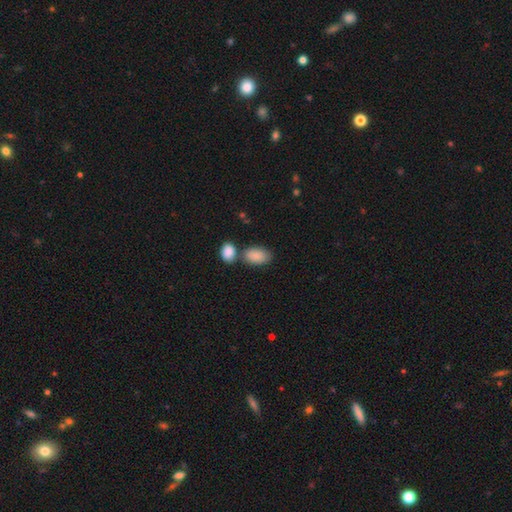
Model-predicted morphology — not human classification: A smooth galaxy with no disk features (88%) that is in between round and cigar-shaped (92%). Merging: none (55%).